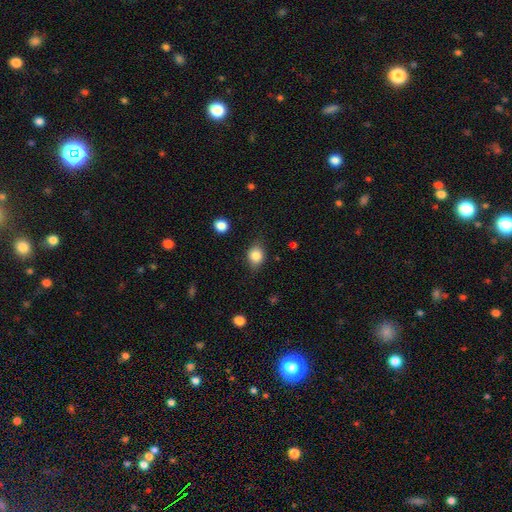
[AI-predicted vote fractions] Smooth or featured: smooth — 83% (star or artifact — 9%)
How rounded: round — 54% (in between — 44%)
Merging: none — 76% (minor disturbance — 18%)